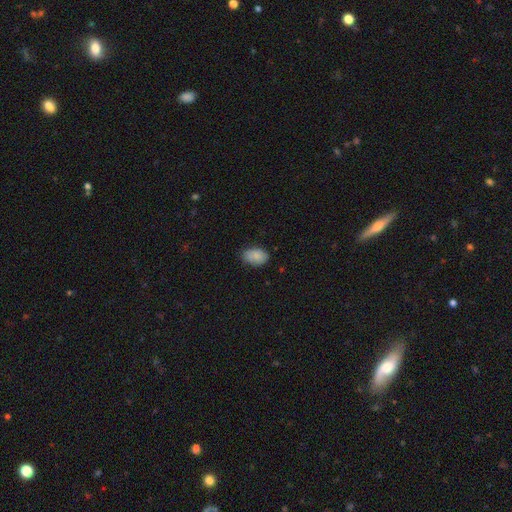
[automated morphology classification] Smooth or featured?
  - smooth: 84% *
  - featured or disk: 9%
  - star or artifact: 7%
How rounded?
  - in between: 85% *
  - round: 14%
  - cigar-shaped: 1%
Merging?
  - none: 71% *
  - minor disturbance: 24%
  - major disturbance: 4%
  - merger: 1%